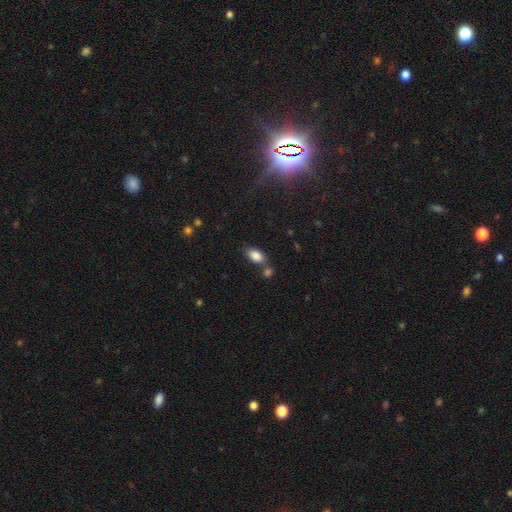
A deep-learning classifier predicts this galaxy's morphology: Smooth or featured?
  - smooth: 85% *
  - star or artifact: 9%
  - featured or disk: 6%
How rounded?
  - in between: 91% *
  - round: 6%
  - cigar-shaped: 3%
Merging?
  - none: 63% *
  - merger: 20%
  - minor disturbance: 13%
  - major disturbance: 4%